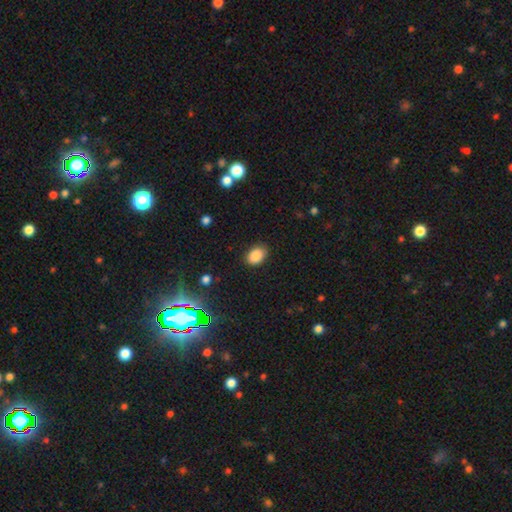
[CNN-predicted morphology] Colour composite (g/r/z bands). It shows a smooth galaxy with no disk features (87%) that is in between round and cigar-shaped (81%). Merging: none (85%).